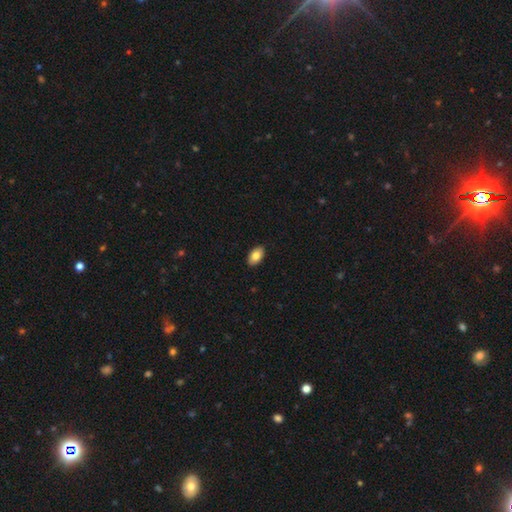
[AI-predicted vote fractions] Smooth or featured: smooth — 83% (featured or disk — 11%)
How rounded: in between — 93% (round — 5%)
Merging: none — 90% (minor disturbance — 7%)